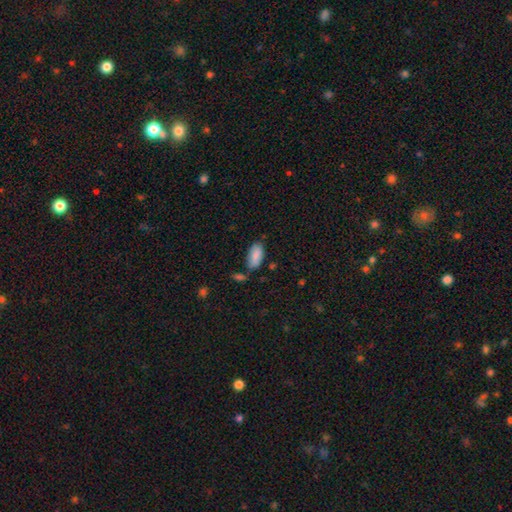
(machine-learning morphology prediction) Smooth or featured?
  - smooth: 87% *
  - star or artifact: 6%
  - featured or disk: 6%
How rounded?
  - in between: 93% *
  - cigar-shaped: 5%
  - round: 2%
Merging?
  - none: 66% *
  - minor disturbance: 21%
  - merger: 9%
  - major disturbance: 4%